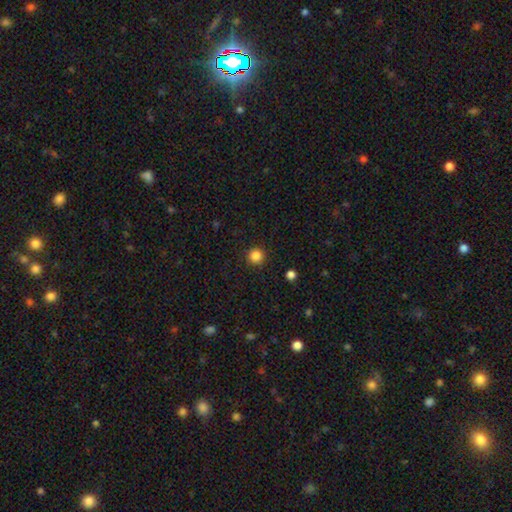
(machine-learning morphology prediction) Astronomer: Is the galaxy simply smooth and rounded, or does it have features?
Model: smooth — 85%.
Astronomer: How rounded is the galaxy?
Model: round — 96%.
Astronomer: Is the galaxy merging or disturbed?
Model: none — 92%.